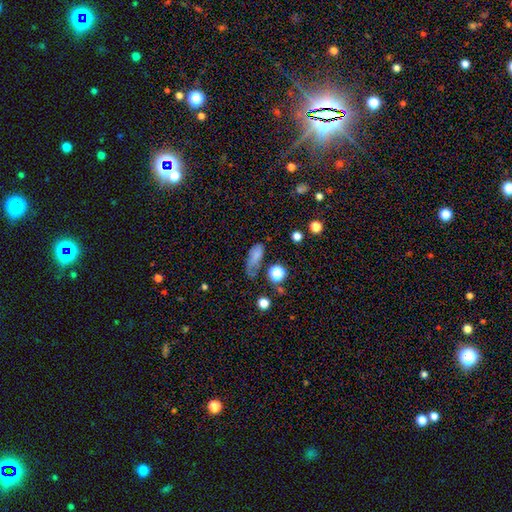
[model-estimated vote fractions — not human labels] Morphology: type=smooth (70%); roundness=in between (73%); merging=none (40%).